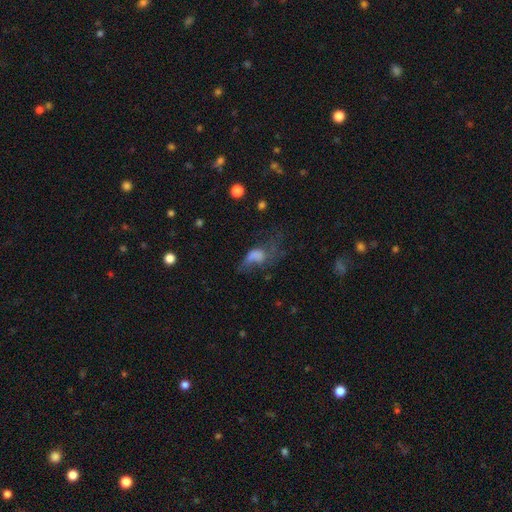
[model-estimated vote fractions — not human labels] Overall: smooth (55%; featured or disk 32%). How rounded: in between (82%). Merging: major disturbance (56%; none 20%).